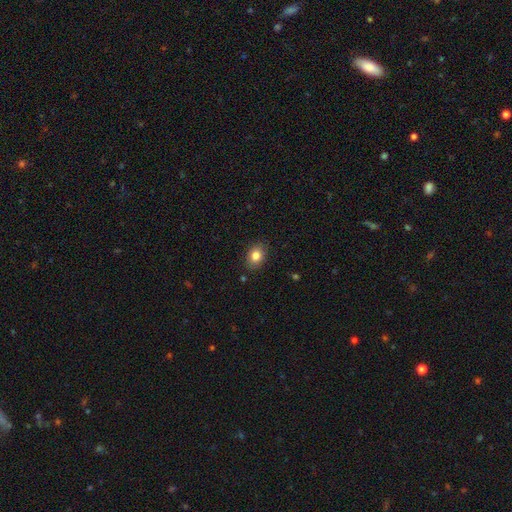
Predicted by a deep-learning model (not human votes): Smooth or featured? smooth (83%)
How rounded? in between (67%)
Merging? none (87%)